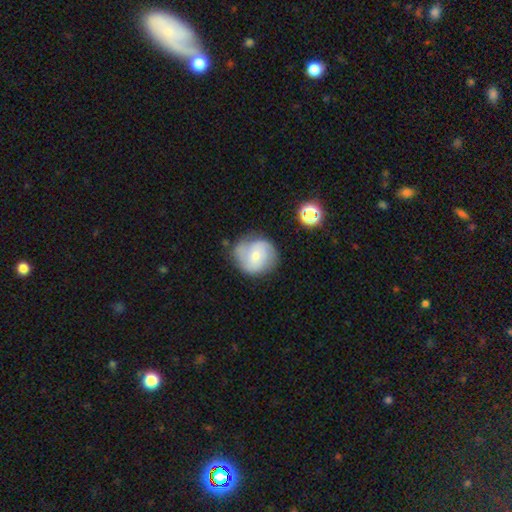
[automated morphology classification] featured or disk 57%, smooth 36%, star or artifact 7%. Down the decision tree: edge-on disk — no (98%); bar — no (58%); spiral arms — yes (86%); bulge size — small (57%); merging — none (62%).